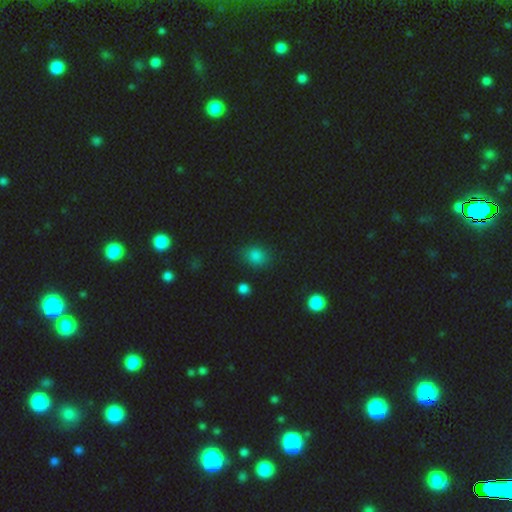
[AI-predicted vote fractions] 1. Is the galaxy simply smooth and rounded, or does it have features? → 80% smooth, 15% star or artifact, 5% featured or disk.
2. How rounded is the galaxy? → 51% round, 47% in between, 1% cigar-shaped.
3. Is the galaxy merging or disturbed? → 81% none, 13% minor disturbance, 4% major disturbance, 3% merger.